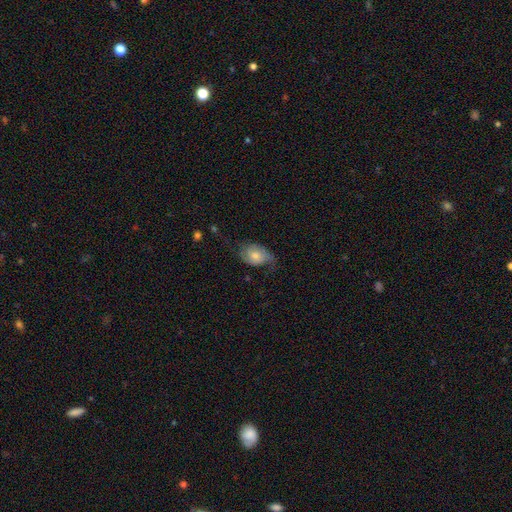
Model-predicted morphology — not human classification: This appears to be a smooth galaxy with no disk features (48%). Merging: none (49%).